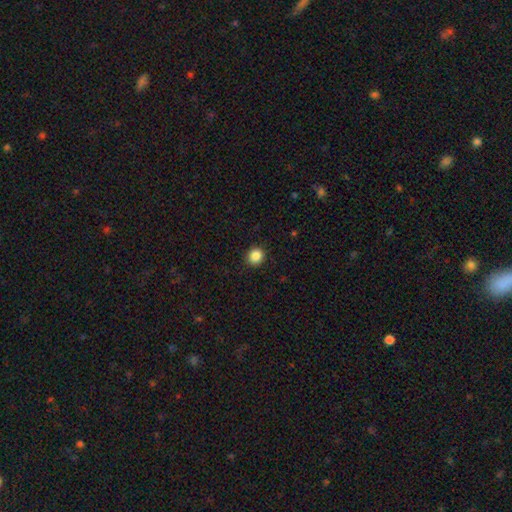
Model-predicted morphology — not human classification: This is clearly a smooth galaxy (87%). How rounded: clearly round (82%). Merging: clearly none (91%).